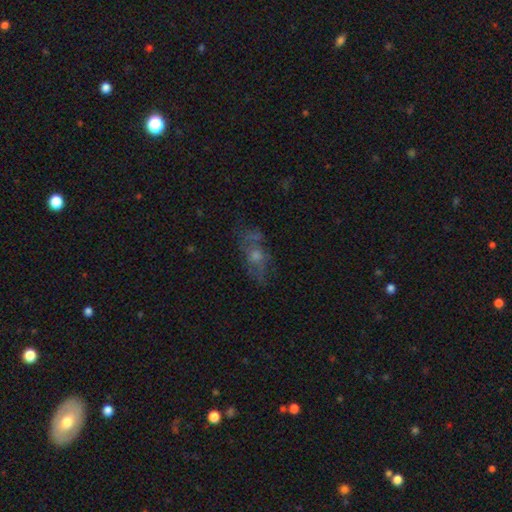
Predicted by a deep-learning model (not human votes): This appears to be a featured or disk galaxy (44%). Merging: none (62%).